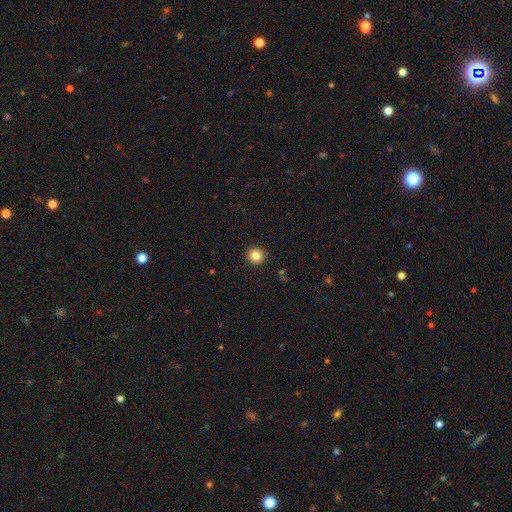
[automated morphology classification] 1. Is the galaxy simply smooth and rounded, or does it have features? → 83% smooth, 11% star or artifact, 6% featured or disk.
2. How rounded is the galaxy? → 93% round, 6% in between, 1% cigar-shaped.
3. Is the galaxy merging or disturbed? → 93% none, 5% minor disturbance, 2% major disturbance, 1% merger.